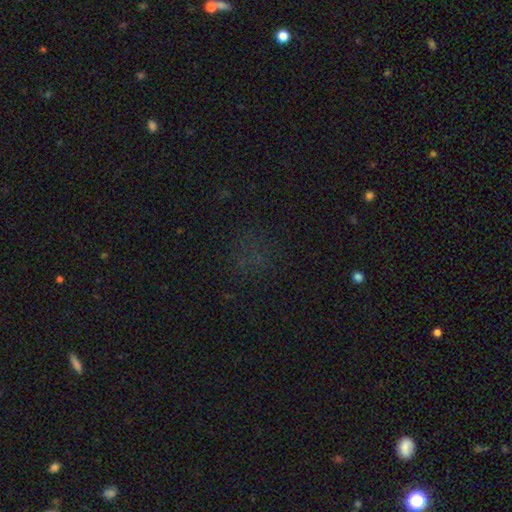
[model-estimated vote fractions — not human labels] smooth-or-featured: star or artifact: 55% | smooth: 34% | featured or disk: 11%